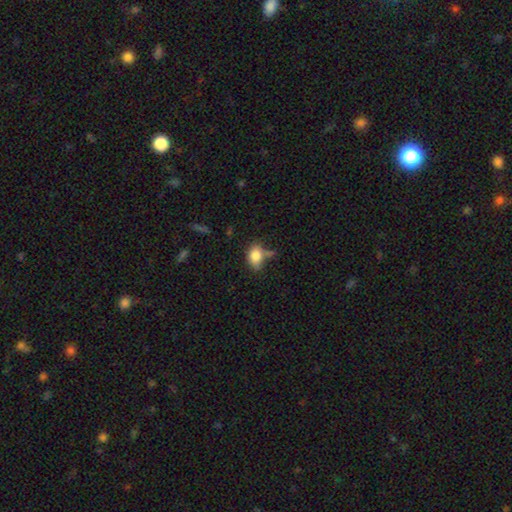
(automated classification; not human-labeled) Smooth or featured? smooth (82%)
How rounded? in between (79%)
Merging? none (52%)